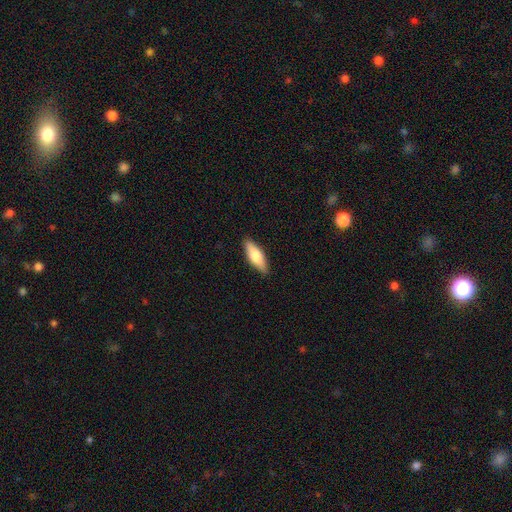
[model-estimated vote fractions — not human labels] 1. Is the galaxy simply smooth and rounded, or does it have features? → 67% smooth, 28% featured or disk, 6% star or artifact.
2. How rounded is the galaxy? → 56% in between, 42% cigar-shaped, 2% round.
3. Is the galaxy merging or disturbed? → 89% none, 8% minor disturbance, 2% major disturbance, 1% merger.